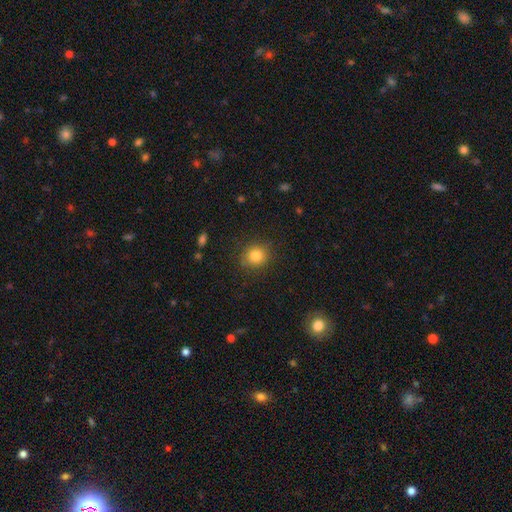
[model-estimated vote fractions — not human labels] Smooth or featured? Predicted: smooth (p=0.82). How rounded? Predicted: round (p=0.85). Merging? Predicted: none (p=0.86).